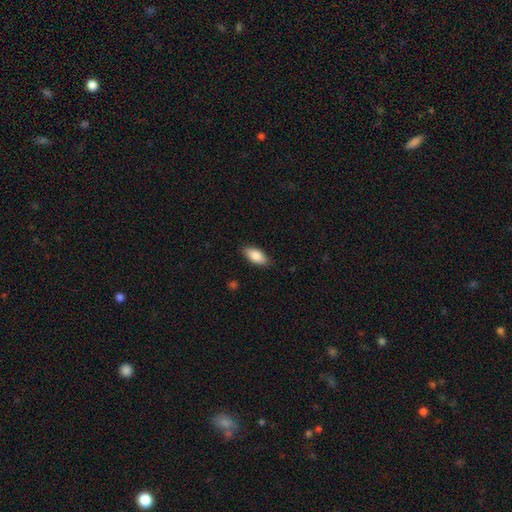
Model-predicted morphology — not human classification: Smooth or featured: smooth — 87% (featured or disk — 7%)
How rounded: in between — 89% (cigar-shaped — 9%)
Merging: none — 86% (minor disturbance — 11%)